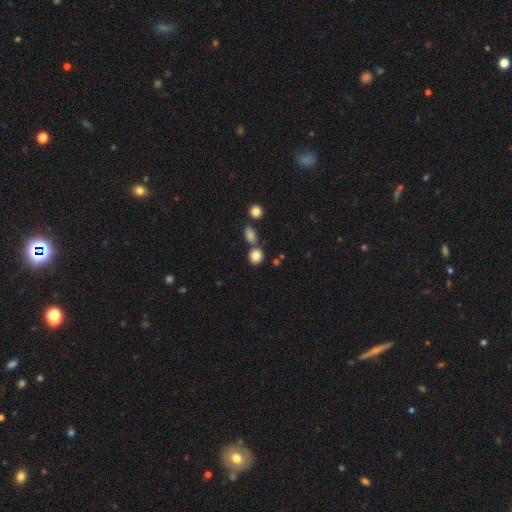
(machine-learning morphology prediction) Overall: smooth (83%). How rounded: round (81%). Merging: none (71%).